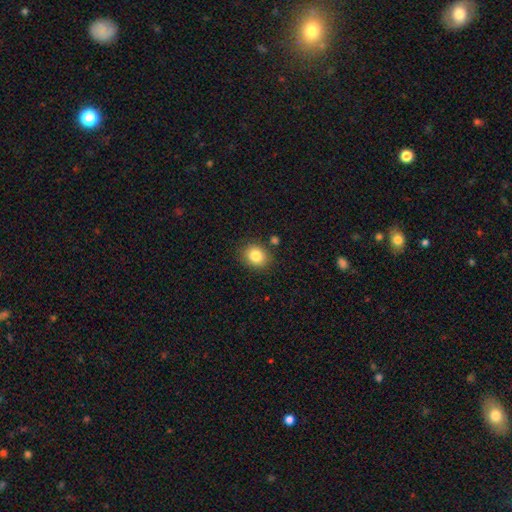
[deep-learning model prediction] Q: Smooth or featured?
A: smooth (84%); runner-up: star or artifact (10%)
Q: How rounded?
A: round (62%); runner-up: in between (37%)
Q: Merging?
A: none (83%); runner-up: minor disturbance (11%)